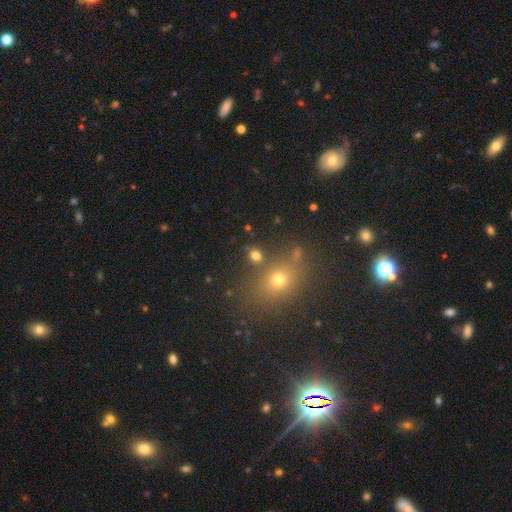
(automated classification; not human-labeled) Overall: smooth (72%). How rounded: round (67%; in between 31%). Merging: none (76%).